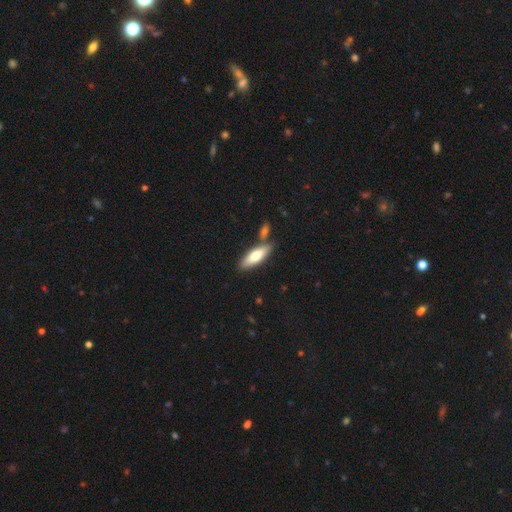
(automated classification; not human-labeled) smooth_or_featured: smooth (p=0.69) [alt: featured or disk p=0.25]
how_rounded: in between (p=0.52) [alt: cigar-shaped p=0.46]
merging: none (p=0.71) [alt: merger p=0.14]